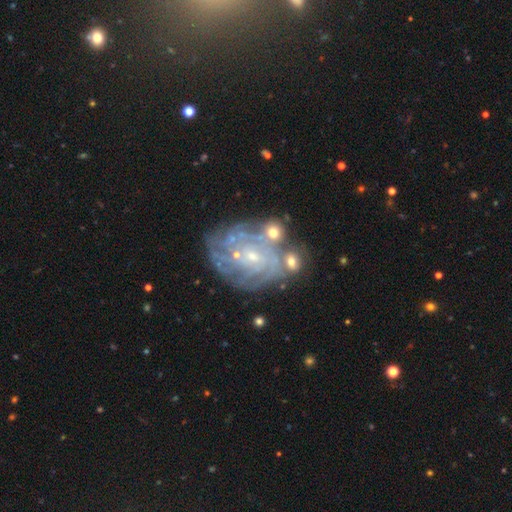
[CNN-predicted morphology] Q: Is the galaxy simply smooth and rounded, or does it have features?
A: featured or disk — 78%.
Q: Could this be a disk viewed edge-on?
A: no — 97%.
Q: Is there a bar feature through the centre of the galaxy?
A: no — 69%.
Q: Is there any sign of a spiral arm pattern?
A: yes — 84%.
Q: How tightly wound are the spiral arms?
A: tight — 70%.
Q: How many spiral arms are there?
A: can't tell — 49%.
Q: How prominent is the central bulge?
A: small — 79%.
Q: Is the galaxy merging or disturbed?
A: none — 62%.